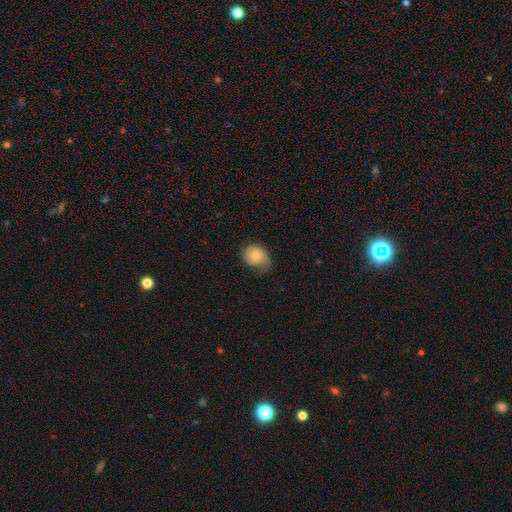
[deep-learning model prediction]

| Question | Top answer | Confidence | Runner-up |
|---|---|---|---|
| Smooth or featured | smooth | 68% | featured or disk (25%) |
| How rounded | round | 53% | in between (46%) |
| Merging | none | 45% | minor disturbance (37%) |